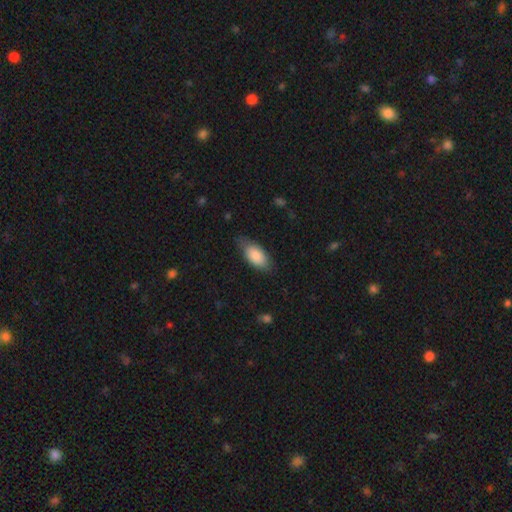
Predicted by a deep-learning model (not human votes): This appears to be a smooth galaxy with no disk features (83%) that is in between round and cigar-shaped (91%). Merging: none (67%).